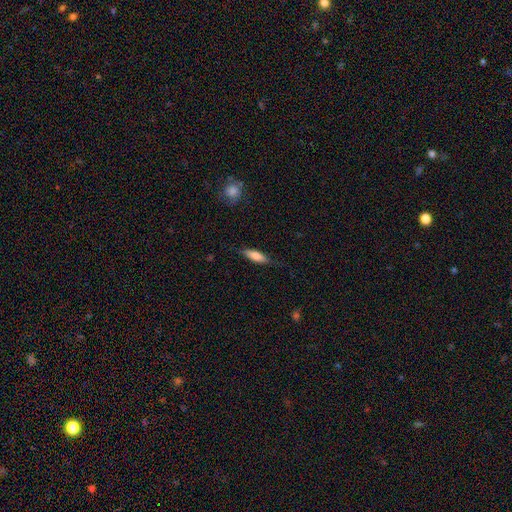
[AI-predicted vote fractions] Smooth or featured? smooth (72%)
How rounded? cigar-shaped (52%)
Merging? none (76%)